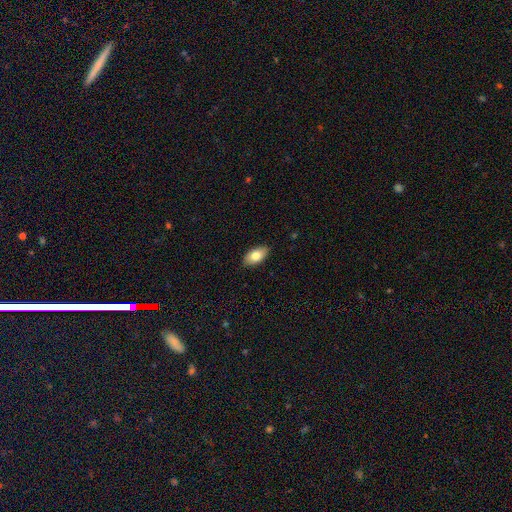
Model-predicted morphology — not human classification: Q: Smooth or featured?
A: smooth (80%); runner-up: featured or disk (13%)
Q: How rounded?
A: in between (93%); runner-up: round (4%)
Q: Merging?
A: none (88%); runner-up: minor disturbance (9%)